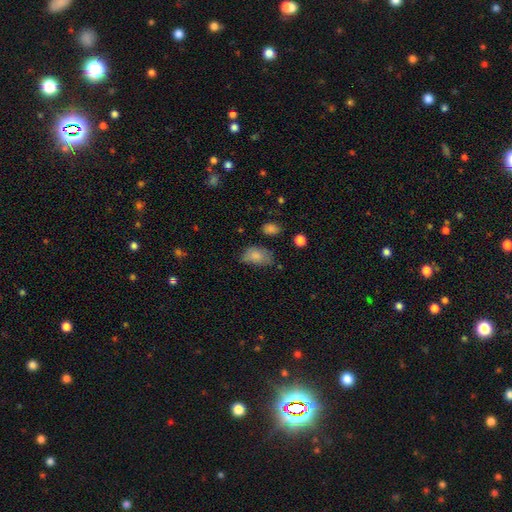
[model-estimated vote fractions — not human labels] A smooth galaxy with no disk features (80%) that is in between round and cigar-shaped (90%).

Vote fractions:
- Smooth or featured? smooth: 80% / featured or disk: 11% / star or artifact: 8%
- How rounded? in between: 90% / round: 9% / cigar-shaped: 2%
- Merging? none: 53% / minor disturbance: 33% / major disturbance: 10% / merger: 4%